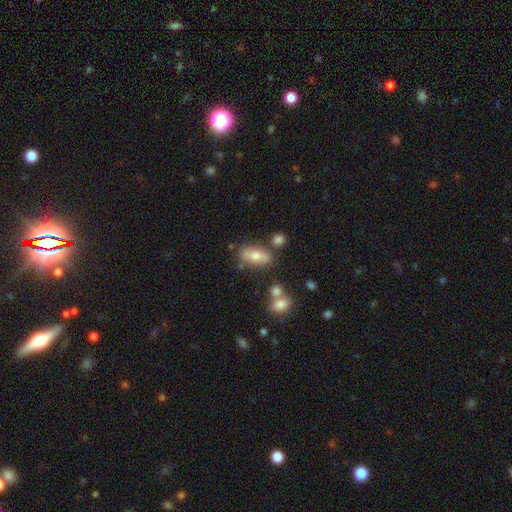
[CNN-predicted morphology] Smooth or featured: smooth — 69% (featured or disk — 23%)
How rounded: in between — 77% (cigar-shaped — 18%)
Merging: none — 72% (minor disturbance — 14%)